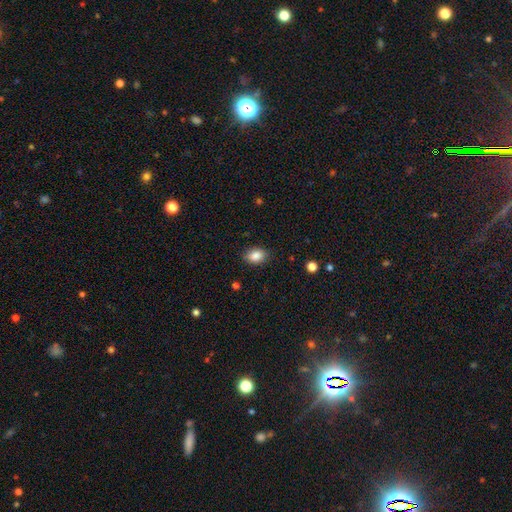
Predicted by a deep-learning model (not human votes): Smooth or featured? Predicted: smooth (p=0.86). How rounded? Predicted: in between (p=0.77). Merging? Predicted: none (p=0.85).